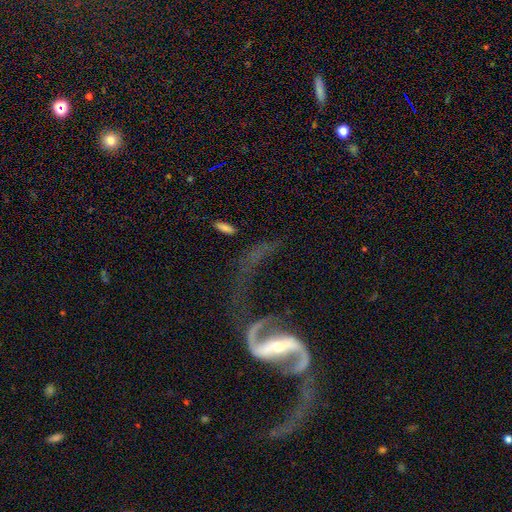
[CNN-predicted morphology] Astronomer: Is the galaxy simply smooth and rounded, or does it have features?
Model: featured or disk — 88%.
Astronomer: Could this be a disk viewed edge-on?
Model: no — 93%.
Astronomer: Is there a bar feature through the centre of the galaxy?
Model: strong — 54%.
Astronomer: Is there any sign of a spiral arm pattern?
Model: yes — 93%.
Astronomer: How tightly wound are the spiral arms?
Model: loose — 75%.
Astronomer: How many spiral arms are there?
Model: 2 — 91%.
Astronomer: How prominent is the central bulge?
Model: small — 63%.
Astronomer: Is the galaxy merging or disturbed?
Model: none — 45% (runner-up: major disturbance, 31%).